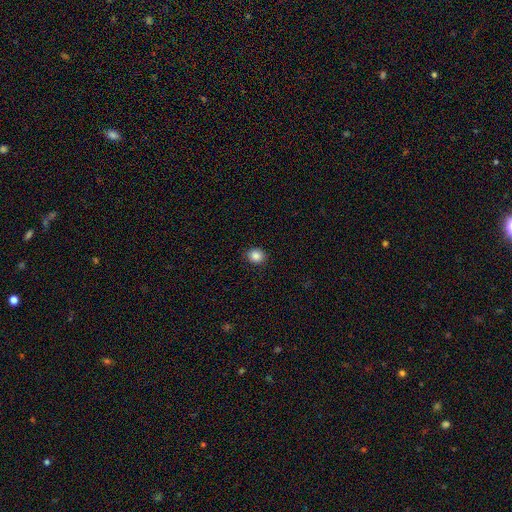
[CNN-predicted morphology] A smooth galaxy with no disk features (87%) that is round (69%).

Vote fractions:
- Smooth or featured? smooth: 87% / star or artifact: 9% / featured or disk: 4%
- How rounded? round: 69% / in between: 30% / cigar-shaped: 1%
- Merging? none: 90% / minor disturbance: 7% / major disturbance: 2% / merger: 1%